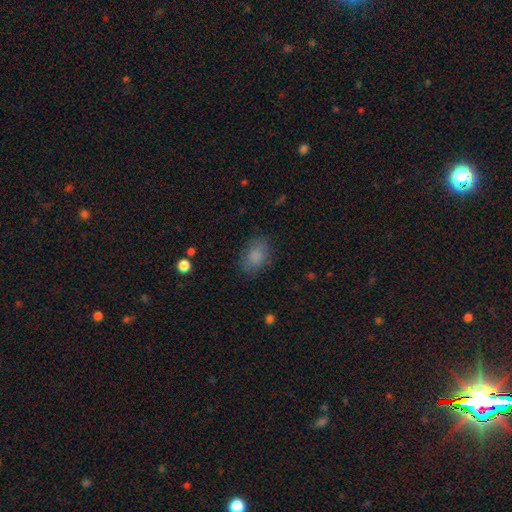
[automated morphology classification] Smooth or featured? Predicted: smooth (p=0.85). How rounded? Predicted: in between (p=0.83). Merging? Predicted: none (p=0.81).